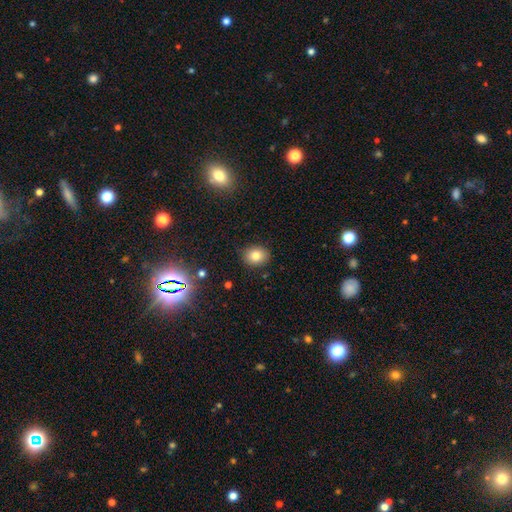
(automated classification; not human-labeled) Smooth or featured? smooth (80%)
How rounded? round (57%)
Merging? none (86%)